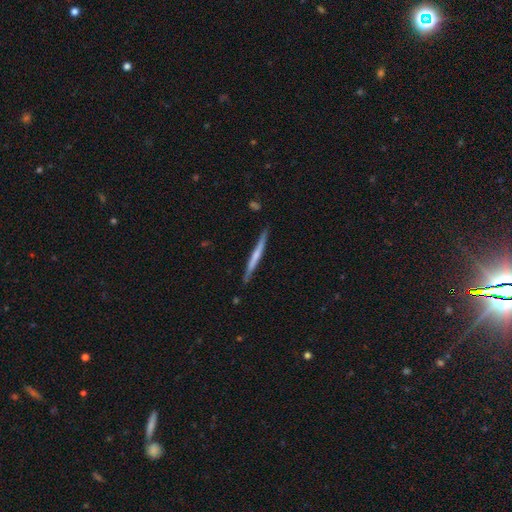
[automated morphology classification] smooth_or_featured: featured or disk (p=0.51) [alt: smooth p=0.43]
disk_edge_on: yes (p=0.97) [alt: no p=0.03]
merging: none (p=0.87) [alt: minor disturbance p=0.10]